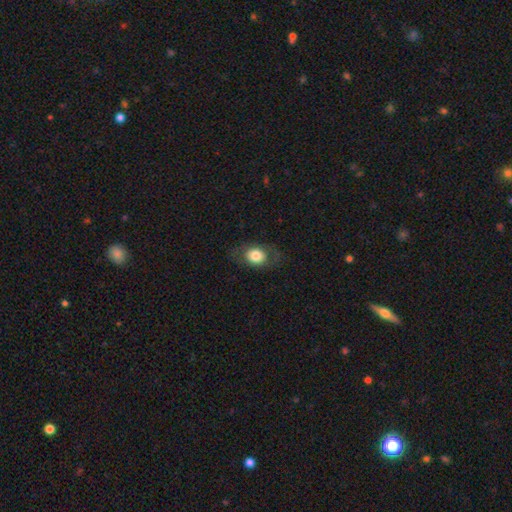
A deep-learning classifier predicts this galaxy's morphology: Overall: smooth (71%). How rounded: in between (61%; round 37%). Merging: none (78%).